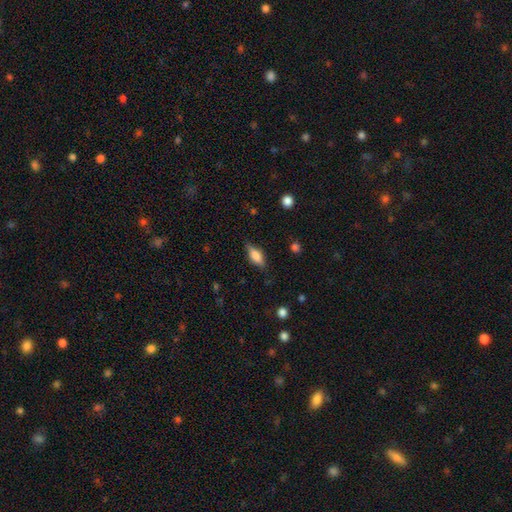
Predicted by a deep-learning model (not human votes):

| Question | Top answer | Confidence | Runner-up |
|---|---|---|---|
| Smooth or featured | smooth | 66% | featured or disk (27%) |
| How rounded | in between | 71% | cigar-shaped (25%) |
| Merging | none | 79% | minor disturbance (16%) |